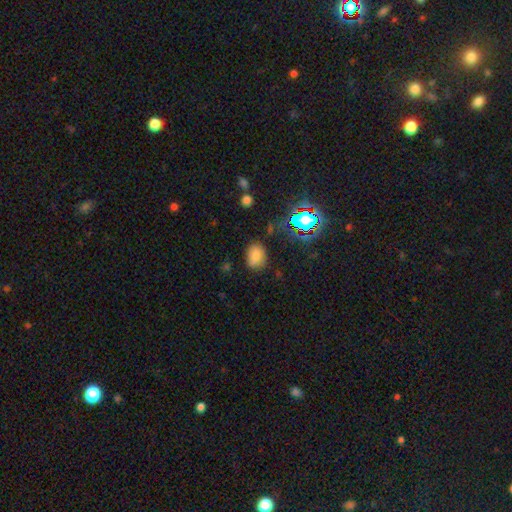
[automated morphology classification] smooth_or_featured: smooth (p=0.75) [alt: star or artifact p=0.17]
how_rounded: in between (p=0.68) [alt: round p=0.31]
merging: none (p=0.74) [alt: minor disturbance p=0.18]